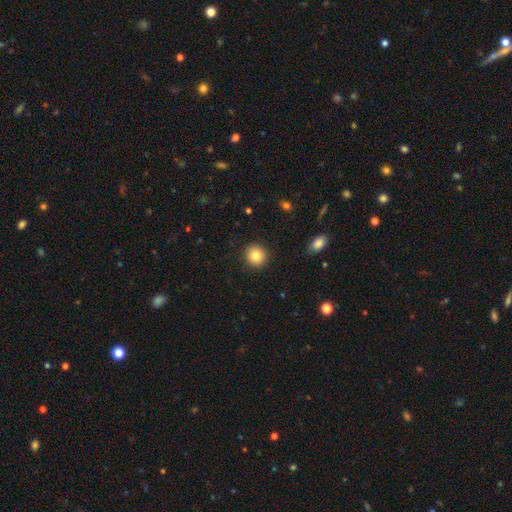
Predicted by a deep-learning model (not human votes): A smooth galaxy with no disk features (83%) that is round (93%).

Vote fractions:
- Smooth or featured? smooth: 83% / star or artifact: 9% / featured or disk: 7%
- How rounded? round: 93% / in between: 6% / cigar-shaped: 1%
- Merging? none: 92% / minor disturbance: 5% / major disturbance: 2% / merger: 1%